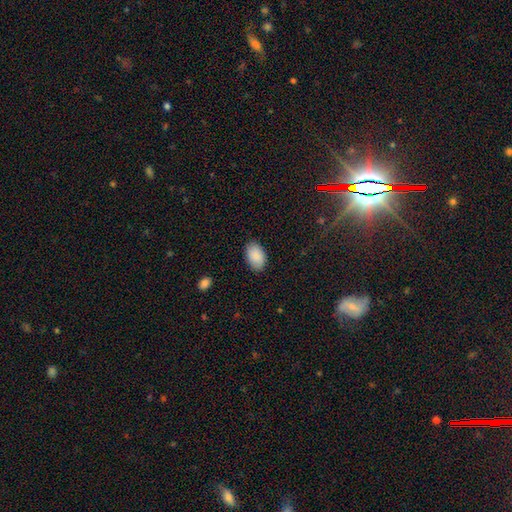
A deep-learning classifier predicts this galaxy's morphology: The model was most divided on "merging": none: 86%, minor disturbance: 11%, major disturbance: 2%, merger: 1%. More confident: how rounded — in between (92%); smooth or featured — smooth (90%).